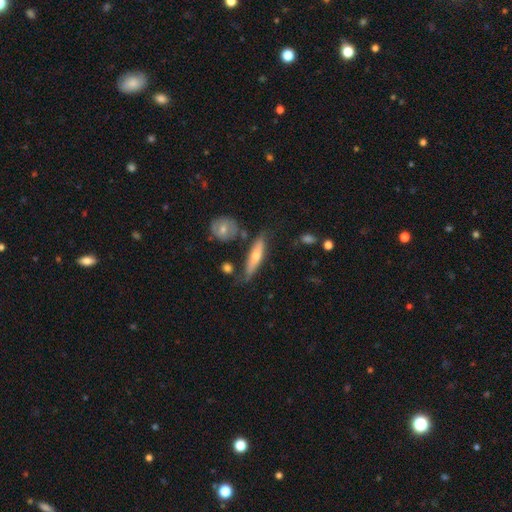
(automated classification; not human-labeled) Smooth or featured: smooth — 50% (featured or disk — 44%)
Merging: none — 65% (minor disturbance — 22%)